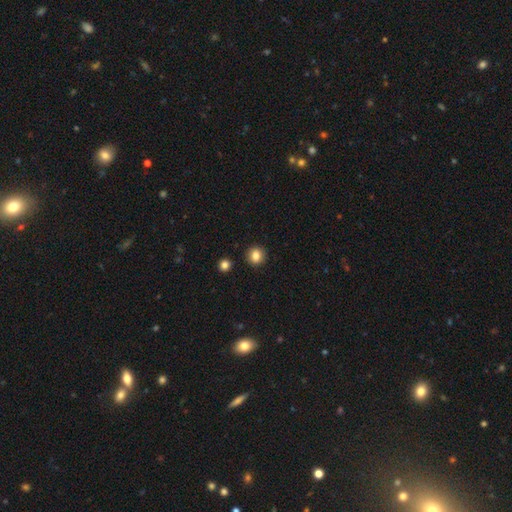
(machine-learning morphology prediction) Smooth or featured? smooth (84%)
How rounded? round (89%)
Merging? none (92%)